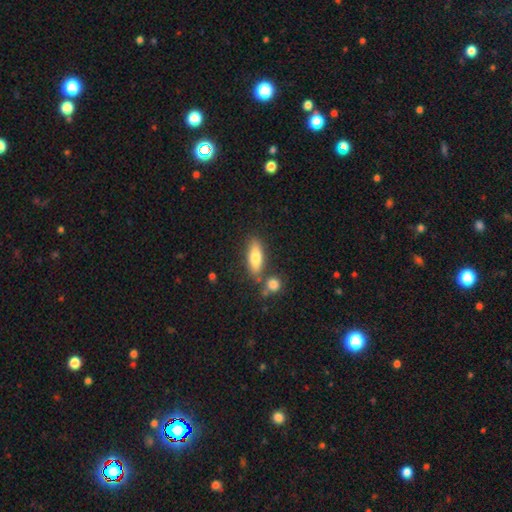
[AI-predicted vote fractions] Q: Smooth or featured?
A: smooth (74%); runner-up: featured or disk (19%)
Q: How rounded?
A: in between (59%); runner-up: cigar-shaped (38%)
Q: Merging?
A: none (72%); runner-up: merger (13%)